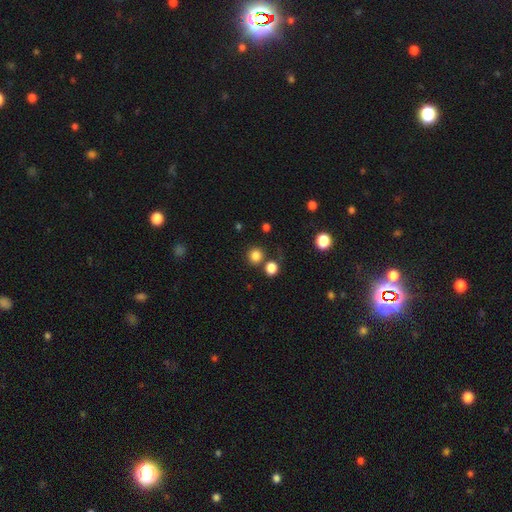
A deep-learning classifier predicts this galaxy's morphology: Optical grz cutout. It shows a smooth galaxy with no disk features (82%) that is round (90%). Merging: none (77%).